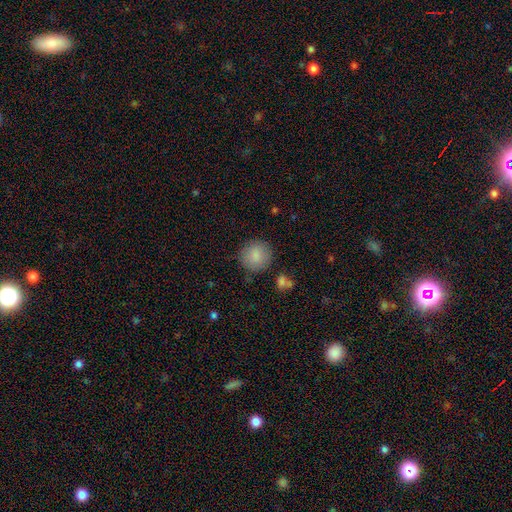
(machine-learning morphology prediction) Smooth or featured?
  - smooth: 86% *
  - star or artifact: 7%
  - featured or disk: 6%
How rounded?
  - round: 91% *
  - in between: 8%
  - cigar-shaped: 1%
Merging?
  - none: 83% *
  - minor disturbance: 11%
  - major disturbance: 3%
  - merger: 3%